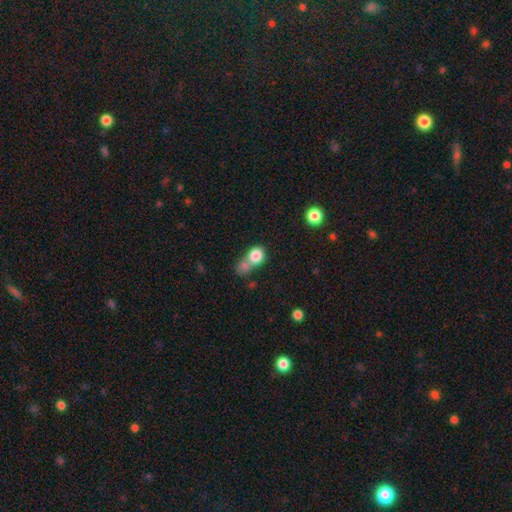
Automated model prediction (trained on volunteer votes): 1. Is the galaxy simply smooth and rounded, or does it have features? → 80% smooth, 10% featured or disk, 10% star or artifact.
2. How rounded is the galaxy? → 70% round, 28% in between, 2% cigar-shaped.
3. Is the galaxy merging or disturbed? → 53% merger, 29% none, 10% minor disturbance, 8% major disturbance.